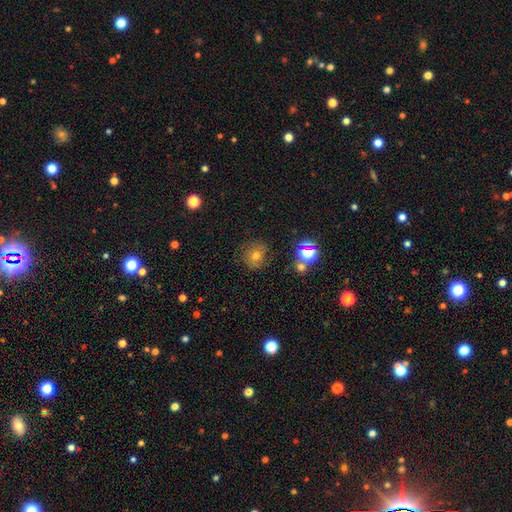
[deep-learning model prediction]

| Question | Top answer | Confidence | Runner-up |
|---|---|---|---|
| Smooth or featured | smooth | 49% | featured or disk (31%) |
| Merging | none | 74% | minor disturbance (16%) |